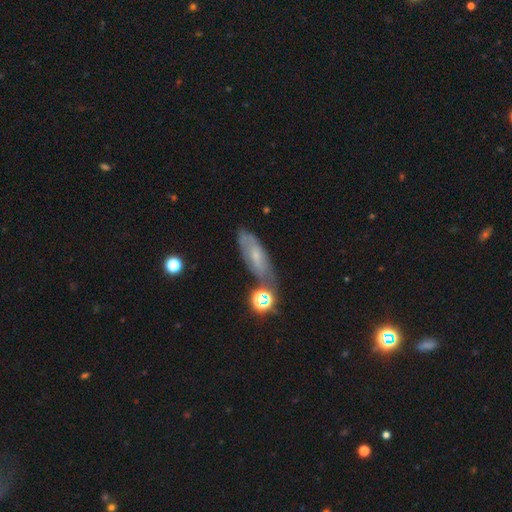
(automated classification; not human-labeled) This appears to be a featured or disk galaxy (48%). Merging: none (60%).